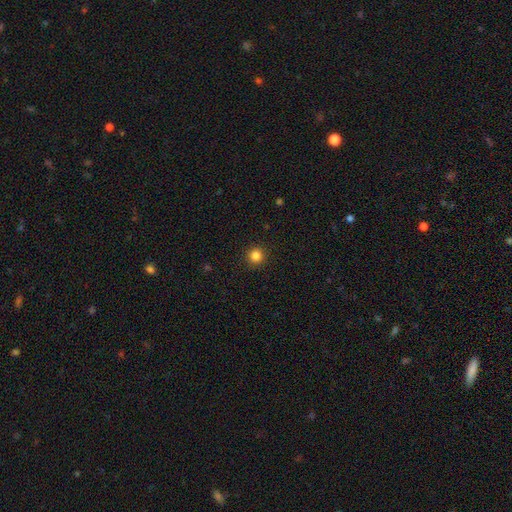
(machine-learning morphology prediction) A smooth galaxy with no disk features (84%) that is round (95%).

Vote fractions:
- Smooth or featured? smooth: 84% / star or artifact: 12% / featured or disk: 4%
- How rounded? round: 95% / in between: 4% / cigar-shaped: 1%
- Merging? none: 93% / minor disturbance: 5% / major disturbance: 2% / merger: 1%